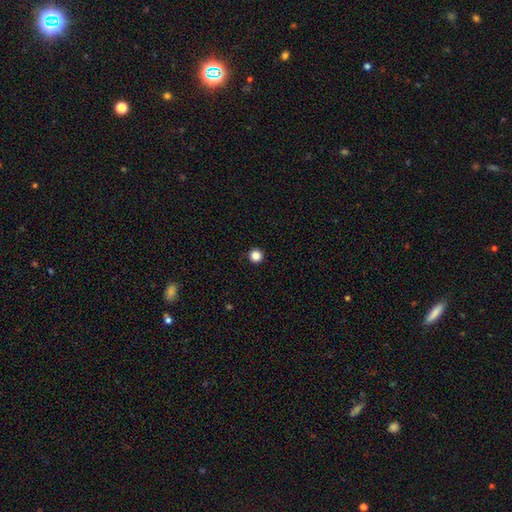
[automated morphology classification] Smooth or featured? smooth (86%)
How rounded? round (97%)
Merging? none (93%)